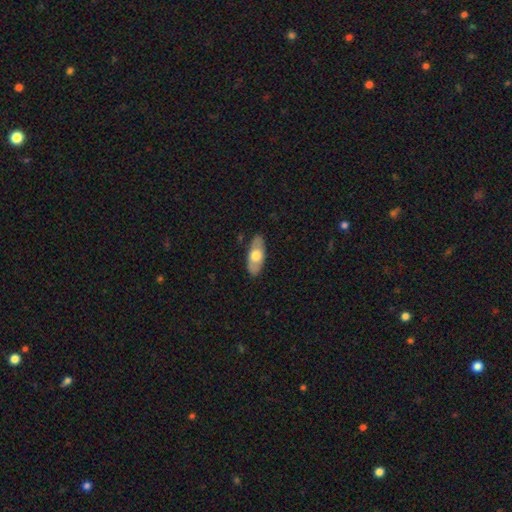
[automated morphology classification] A smooth galaxy with no disk features (60%) that is in between round and cigar-shaped (84%).

Vote fractions:
- Smooth or featured? smooth: 60% / featured or disk: 35% / star or artifact: 5%
- How rounded? in between: 84% / cigar-shaped: 13% / round: 3%
- Merging? none: 86% / minor disturbance: 11% / major disturbance: 2% / merger: 1%